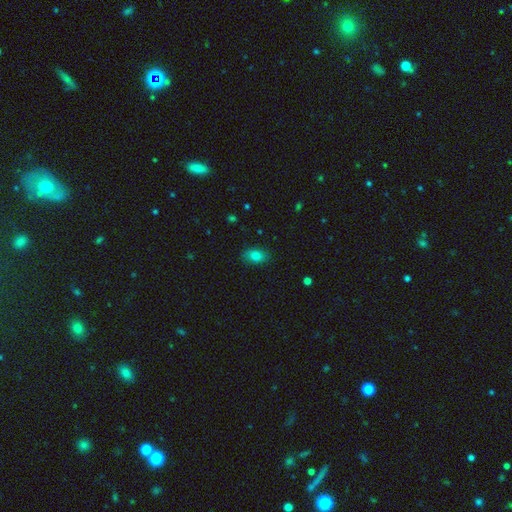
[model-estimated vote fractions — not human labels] Smooth or featured: smooth — 81% (star or artifact — 10%)
How rounded: in between — 86% (round — 12%)
Merging: none — 85% (minor disturbance — 11%)